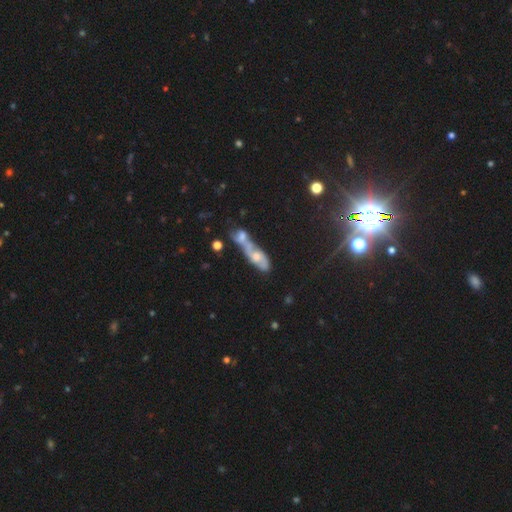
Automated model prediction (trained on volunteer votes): Smooth or featured?
  - featured or disk: 55% *
  - smooth: 31%
  - star or artifact: 14%
Edge-on disk?
  - no: 79% *
  - yes: 21%
Merging?
  - merger: 65% *
  - none: 16%
  - minor disturbance: 10%
  - major disturbance: 9%